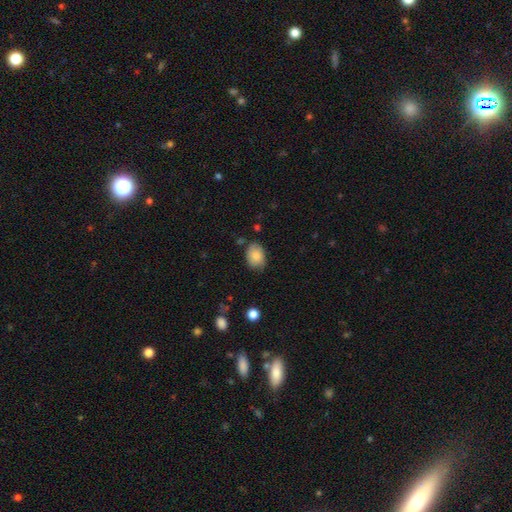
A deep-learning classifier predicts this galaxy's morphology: smooth-or-featured: smooth: 83% | featured or disk: 10% | star or artifact: 7%
  how-rounded: in between: 79% | round: 20% | cigar-shaped: 1%
  merging: none: 69% | minor disturbance: 24% | major disturbance: 4% | merger: 2%